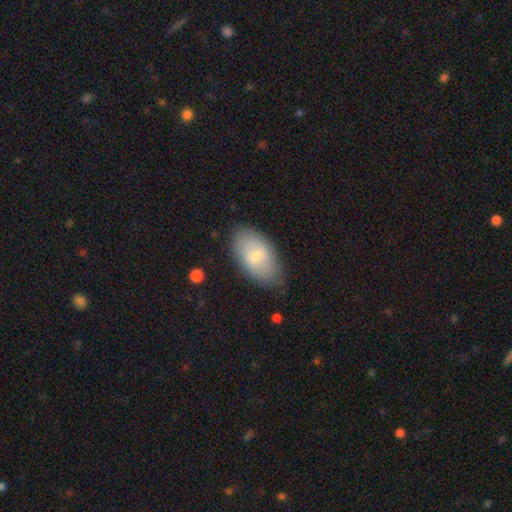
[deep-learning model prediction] Smooth or featured? Predicted: smooth (p=0.68). How rounded? Predicted: in between (p=0.94). Merging? Predicted: none (p=0.76).